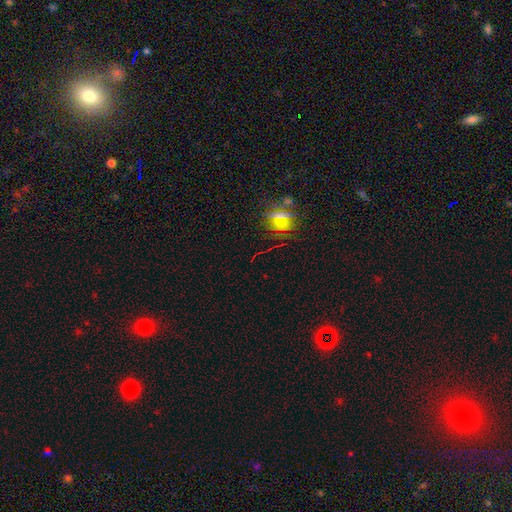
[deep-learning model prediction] Q: Smooth or featured?
A: star or artifact (66%); runner-up: smooth (23%)